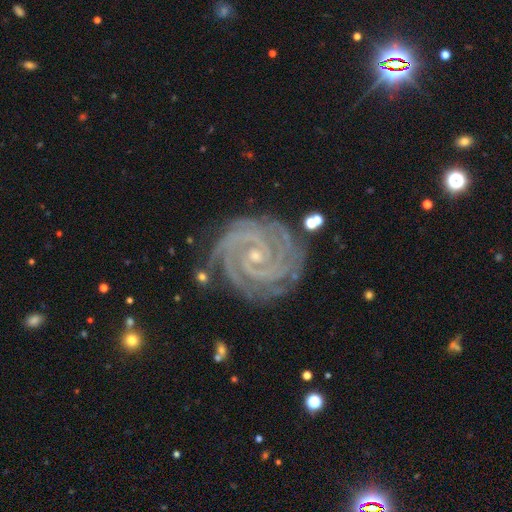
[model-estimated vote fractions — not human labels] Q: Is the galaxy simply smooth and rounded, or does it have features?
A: featured or disk — 92%.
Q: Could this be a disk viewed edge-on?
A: no — 98%.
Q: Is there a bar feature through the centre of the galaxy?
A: no — 55%.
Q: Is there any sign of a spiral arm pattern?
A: yes — 99%.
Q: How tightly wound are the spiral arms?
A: tight — 85%.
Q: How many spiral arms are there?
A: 2 — 34%.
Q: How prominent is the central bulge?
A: small — 82%.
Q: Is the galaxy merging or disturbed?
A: none — 78%.